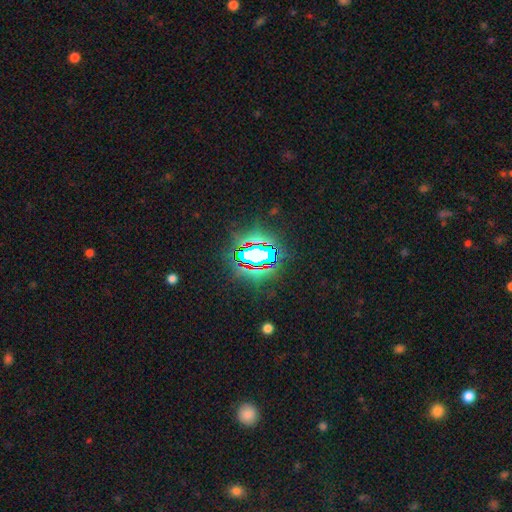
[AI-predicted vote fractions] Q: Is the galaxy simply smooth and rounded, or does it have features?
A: star or artifact — 72%.